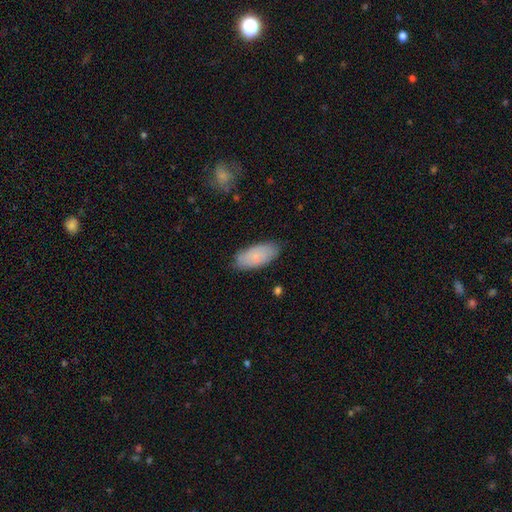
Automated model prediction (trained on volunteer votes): Q: Smooth or featured?
A: smooth (79%); runner-up: featured or disk (14%)
Q: How rounded?
A: in between (90%); runner-up: cigar-shaped (9%)
Q: Merging?
A: none (80%); runner-up: minor disturbance (16%)